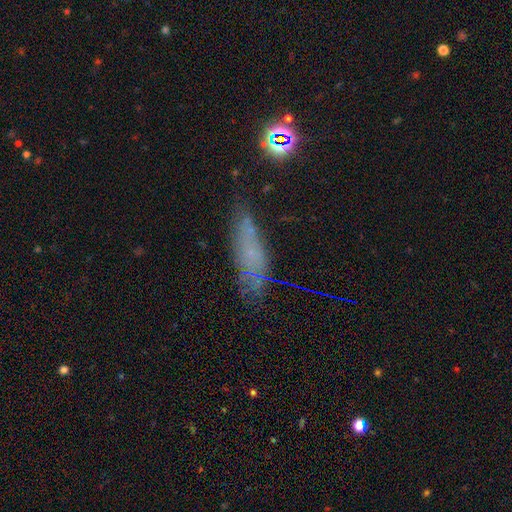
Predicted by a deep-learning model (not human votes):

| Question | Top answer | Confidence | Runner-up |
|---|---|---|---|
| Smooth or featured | smooth | 46% | featured or disk (35%) |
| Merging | none | 61% | minor disturbance (24%) |